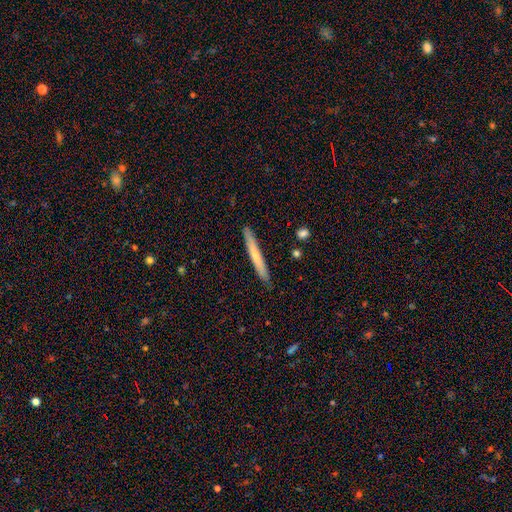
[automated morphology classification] Smooth or featured? Predicted: smooth (p=0.64). How rounded? Predicted: cigar-shaped (p=0.97). Merging? Predicted: none (p=0.89).